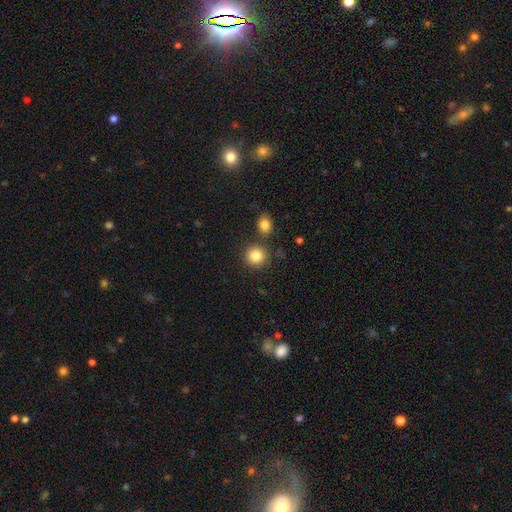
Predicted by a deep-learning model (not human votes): Smooth or featured: smooth — 84% (star or artifact — 10%)
How rounded: round — 90% (in between — 9%)
Merging: none — 81% (merger — 9%)